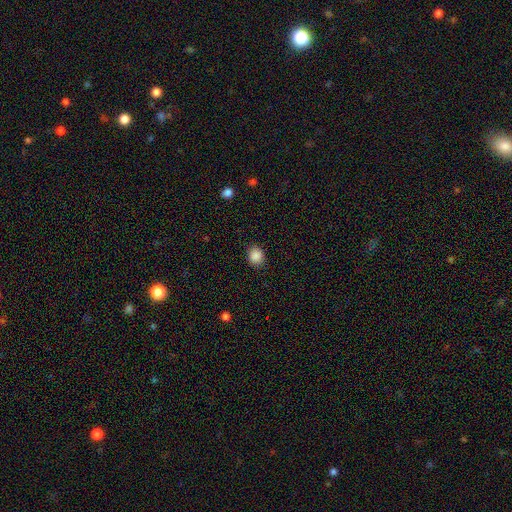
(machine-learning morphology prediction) Smooth or featured?
  - smooth: 88% *
  - star or artifact: 9%
  - featured or disk: 3%
How rounded?
  - round: 70% *
  - in between: 29%
  - cigar-shaped: 1%
Merging?
  - none: 88% *
  - minor disturbance: 9%
  - major disturbance: 3%
  - merger: 1%